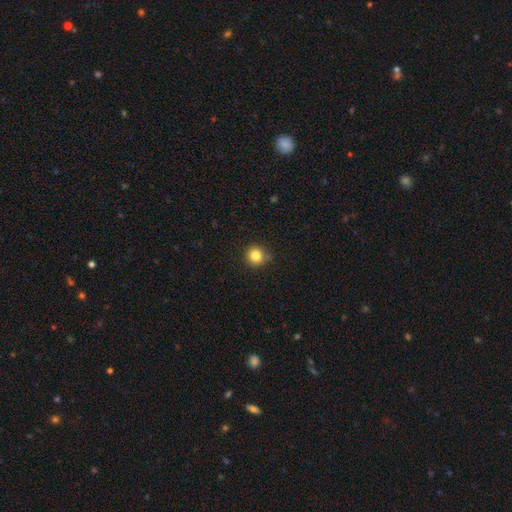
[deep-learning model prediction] A smooth galaxy with no disk features (83%) that is round (94%).

Vote fractions:
- Smooth or featured? smooth: 83% / star or artifact: 12% / featured or disk: 5%
- How rounded? round: 94% / in between: 6% / cigar-shaped: 1%
- Merging? none: 86% / minor disturbance: 9% / merger: 3% / major disturbance: 2%